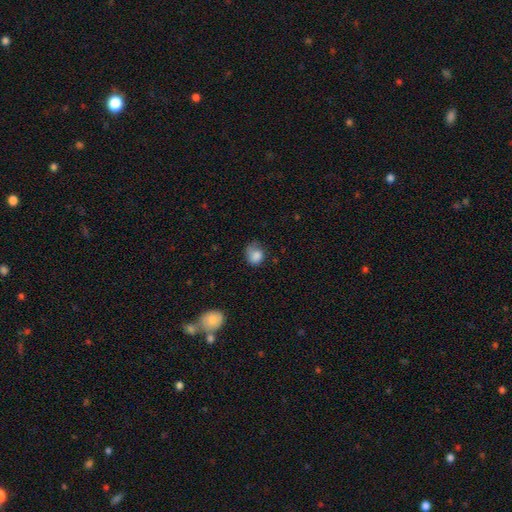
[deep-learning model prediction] Smooth or featured? Predicted: smooth (p=0.81). How rounded? Predicted: round (p=0.63). Merging? Predicted: none (p=0.42).